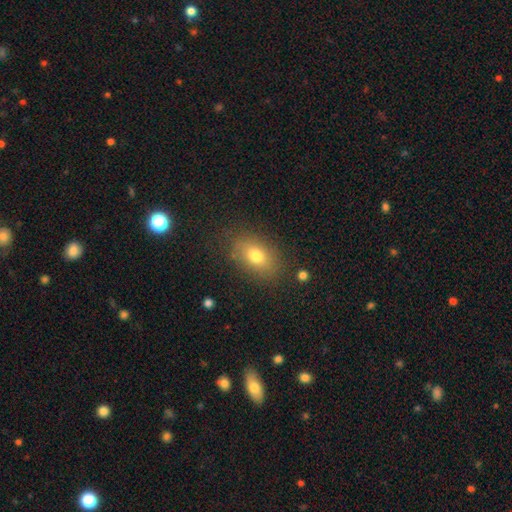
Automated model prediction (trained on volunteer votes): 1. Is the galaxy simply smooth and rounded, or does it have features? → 74% smooth, 14% featured or disk, 11% star or artifact.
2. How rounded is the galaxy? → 82% in between, 15% round, 2% cigar-shaped.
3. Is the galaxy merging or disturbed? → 80% none, 14% minor disturbance, 5% major disturbance, 2% merger.